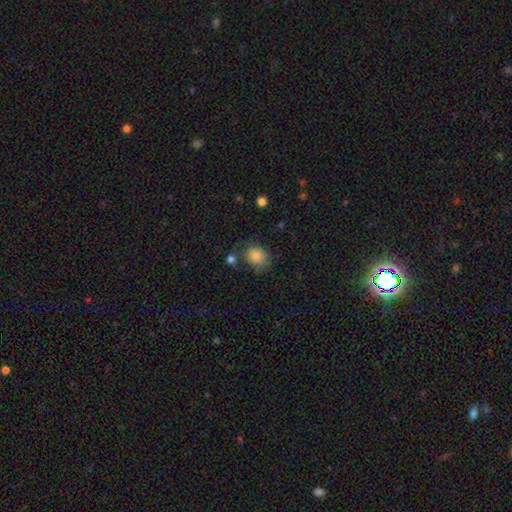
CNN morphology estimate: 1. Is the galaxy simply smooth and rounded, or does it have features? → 81% smooth, 10% star or artifact, 9% featured or disk.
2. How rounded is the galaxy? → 55% round, 44% in between, 1% cigar-shaped.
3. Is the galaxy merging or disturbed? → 60% none, 24% minor disturbance, 9% major disturbance, 7% merger.